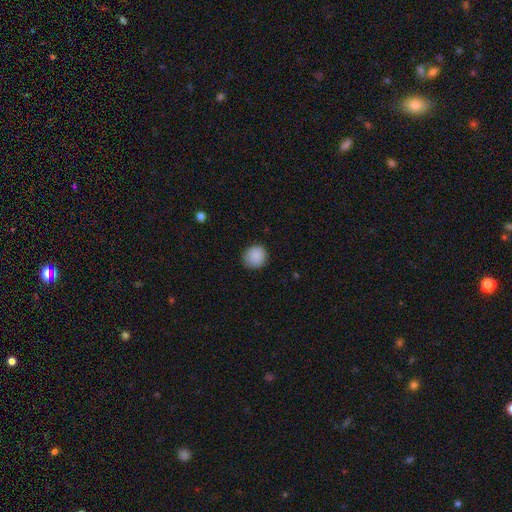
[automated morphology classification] A smooth galaxy with no disk features (89%) that is round (88%).

Vote fractions:
- Smooth or featured? smooth: 89% / star or artifact: 8% / featured or disk: 3%
- How rounded? round: 88% / in between: 11% / cigar-shaped: 1%
- Merging? none: 86% / minor disturbance: 11% / major disturbance: 2% / merger: 1%